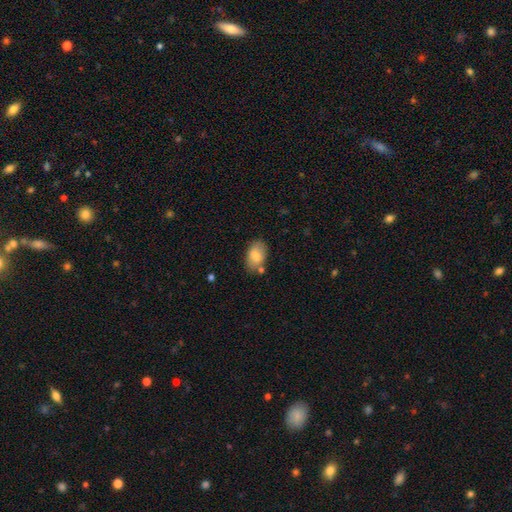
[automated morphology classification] Smooth or featured? smooth (81%)
How rounded? in between (90%)
Merging? none (71%)